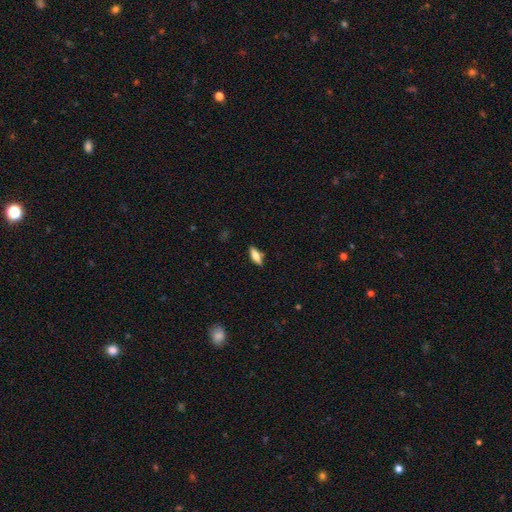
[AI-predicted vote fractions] Smooth or featured?
  - smooth: 63% *
  - featured or disk: 30%
  - star or artifact: 7%
How rounded?
  - in between: 60% *
  - cigar-shaped: 37%
  - round: 3%
Merging?
  - none: 85% *
  - minor disturbance: 11%
  - major disturbance: 2%
  - merger: 2%